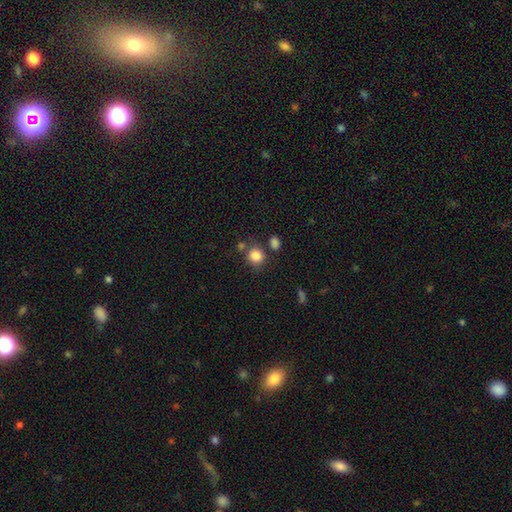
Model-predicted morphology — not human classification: type=smooth (83%); roundness=round (81%); merging=none (70%).